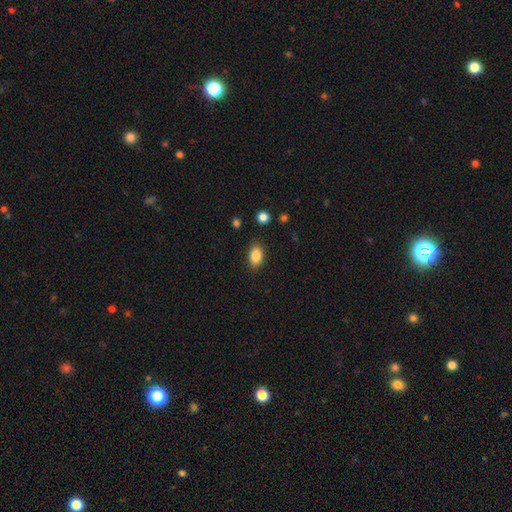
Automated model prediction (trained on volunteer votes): Smooth or featured? Predicted: smooth (p=0.87). How rounded? Predicted: in between (p=0.87). Merging? Predicted: none (p=0.85).